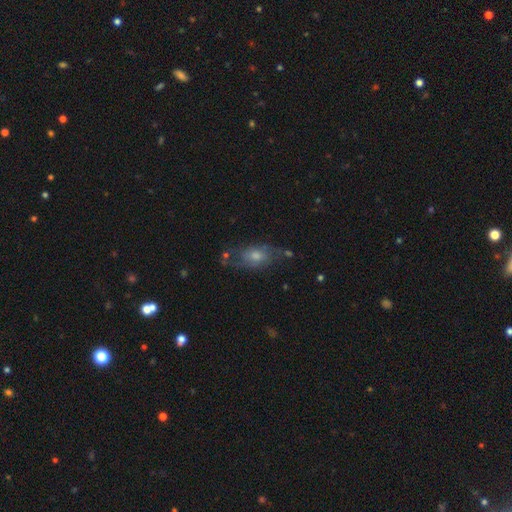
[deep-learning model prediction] This is possibly a featured or disk galaxy (49%). Merging: likely none (62%).